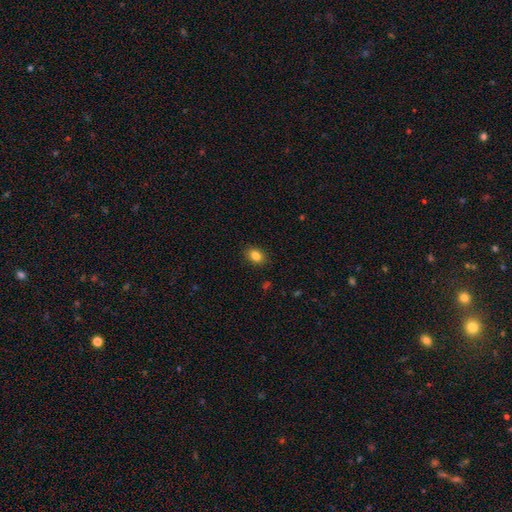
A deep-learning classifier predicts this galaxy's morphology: Q: Smooth or featured?
A: smooth (84%); runner-up: star or artifact (10%)
Q: How rounded?
A: in between (66%); runner-up: round (33%)
Q: Merging?
A: none (88%); runner-up: minor disturbance (9%)